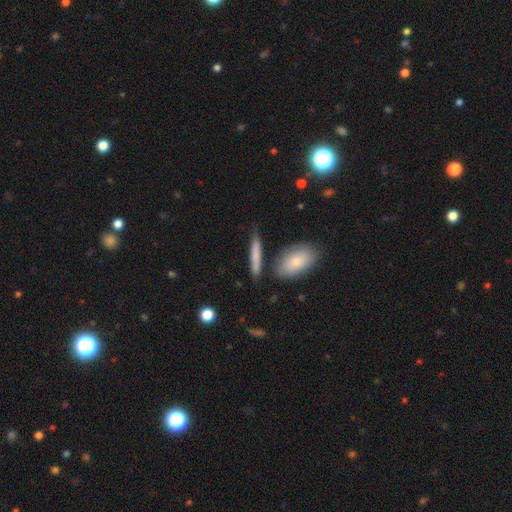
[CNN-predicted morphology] This appears to be a smooth galaxy with no disk features (71%) that is cigar-shaped (83%). Merging: none (77%).